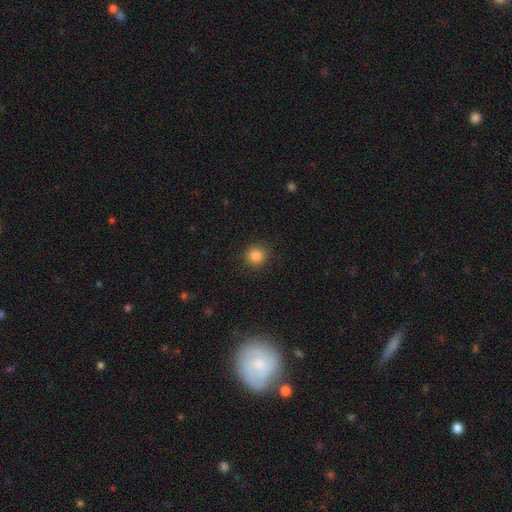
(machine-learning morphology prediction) This is clearly a smooth galaxy (85%). How rounded: clearly round (88%). Merging: clearly none (88%).